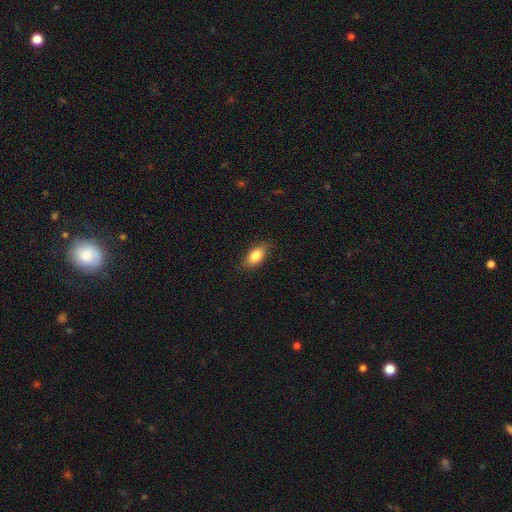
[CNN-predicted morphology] Smooth or featured: smooth — 82% (featured or disk — 11%)
How rounded: in between — 87% (cigar-shaped — 7%)
Merging: none — 84% (minor disturbance — 12%)